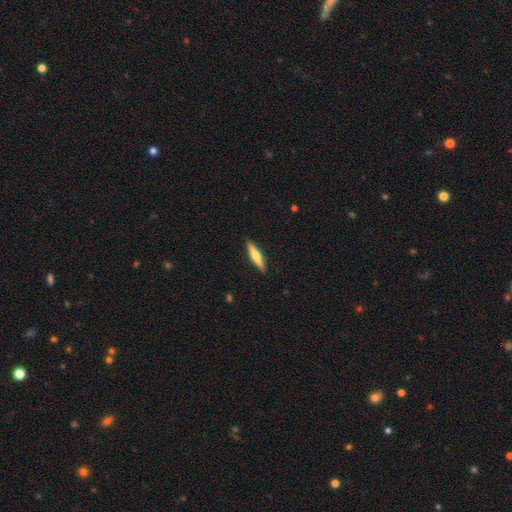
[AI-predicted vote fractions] The model was most divided on "smooth or featured": smooth: 54%, featured or disk: 40%, star or artifact: 6%. More confident: merging — none (91%); how rounded — cigar-shaped (84%).